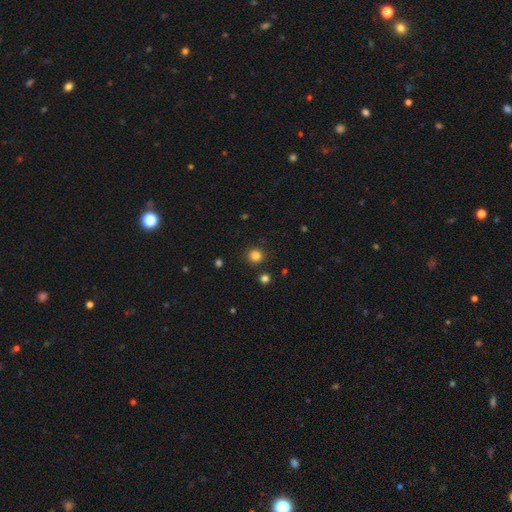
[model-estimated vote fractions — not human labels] This appears to be a smooth galaxy with no disk features (83%) that is round (93%). Merging: none (90%).